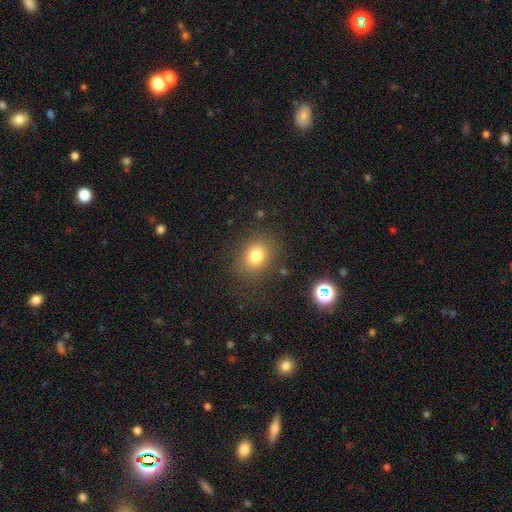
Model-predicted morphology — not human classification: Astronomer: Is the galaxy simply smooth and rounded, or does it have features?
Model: smooth — 78%.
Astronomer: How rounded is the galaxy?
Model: in between — 54% (runner-up: round, 45%).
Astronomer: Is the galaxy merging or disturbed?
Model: none — 79%.